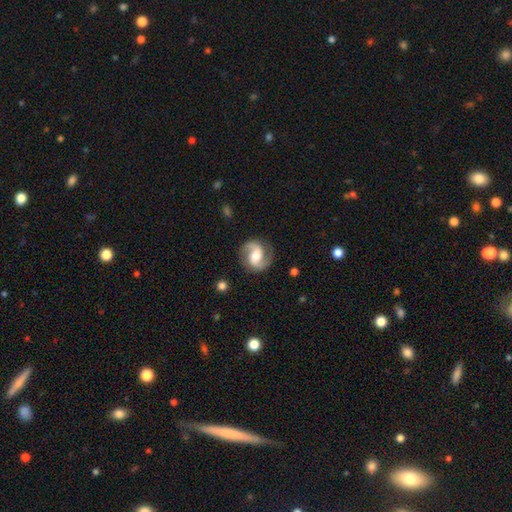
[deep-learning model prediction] Smooth or featured? featured or disk (88%)
Edge-on disk? no (98%)
Bar? weak (44%)
Spiral arms? yes (97%)
Spiral winding? medium (55%)
Spiral arm count? 2 (94%)
Bulge size? moderate (65%)
Merging? none (86%)